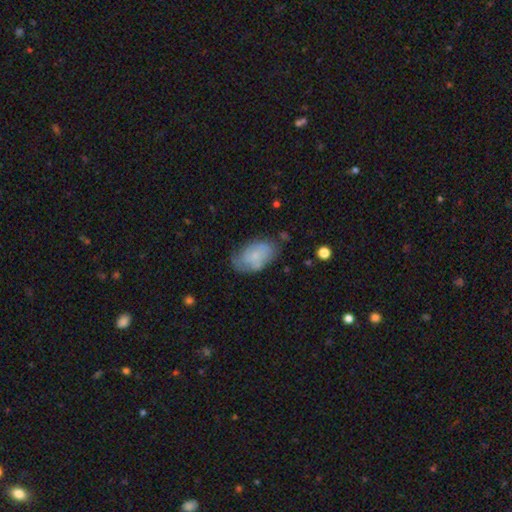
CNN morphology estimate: The model was most divided on "smooth or featured": smooth: 47%, featured or disk: 45%, star or artifact: 8%. More confident: merging — none (57%).